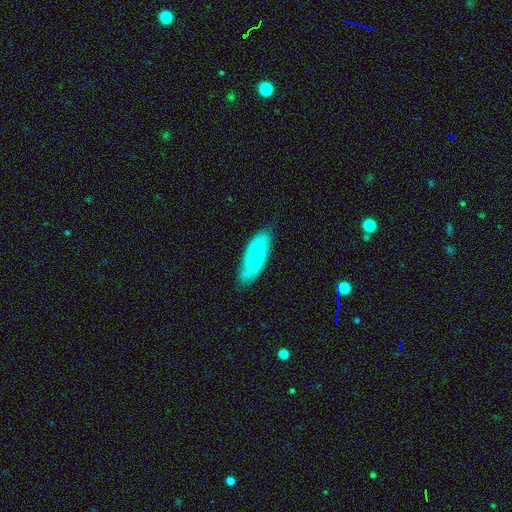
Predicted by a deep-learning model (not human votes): A smooth galaxy with no disk features (51%) that is in between round and cigar-shaped (69%).

Vote fractions:
- Smooth or featured? smooth: 51% / featured or disk: 43% / star or artifact: 6%
- How rounded? in between: 69% / cigar-shaped: 29% / round: 2%
- Merging? none: 74% / minor disturbance: 20% / major disturbance: 4% / merger: 1%